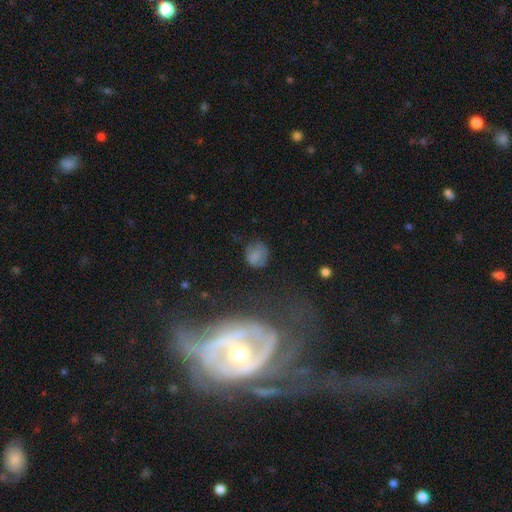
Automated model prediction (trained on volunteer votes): Q: Smooth or featured?
A: smooth (74%); runner-up: featured or disk (14%)
Q: How rounded?
A: round (71%); runner-up: in between (28%)
Q: Merging?
A: none (64%); runner-up: minor disturbance (25%)